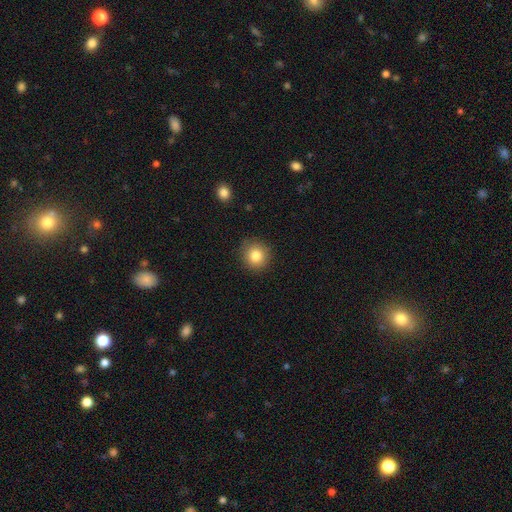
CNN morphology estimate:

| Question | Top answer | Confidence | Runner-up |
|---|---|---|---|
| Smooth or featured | smooth | 82% | star or artifact (10%) |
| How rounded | round | 90% | in between (9%) |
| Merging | none | 89% | minor disturbance (8%) |